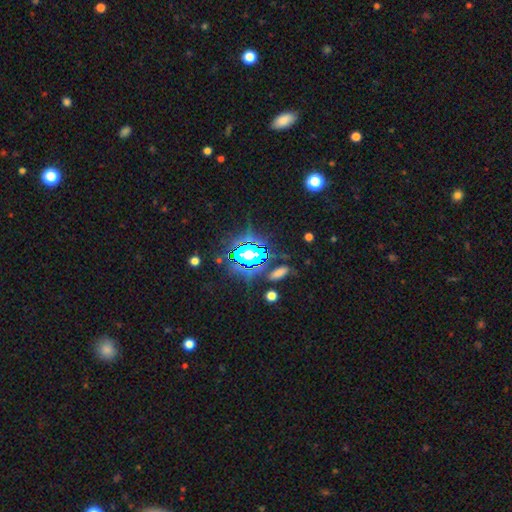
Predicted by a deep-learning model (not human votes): star or artifact 72%, smooth 17%, featured or disk 11%.